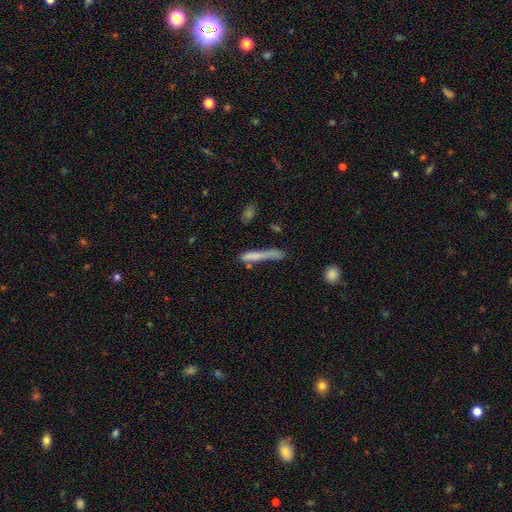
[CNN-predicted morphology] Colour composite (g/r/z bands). It shows a smooth galaxy with no disk features (67%) that is cigar-shaped (92%). Merging: none (52%).